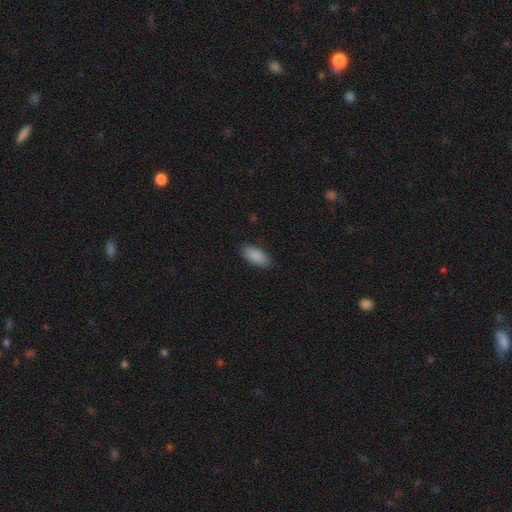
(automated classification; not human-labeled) smooth-or-featured: smooth: 90% | star or artifact: 6% | featured or disk: 4%
  how-rounded: in between: 92% | cigar-shaped: 7% | round: 2%
  merging: none: 88% | minor disturbance: 9% | major disturbance: 2% | merger: 1%